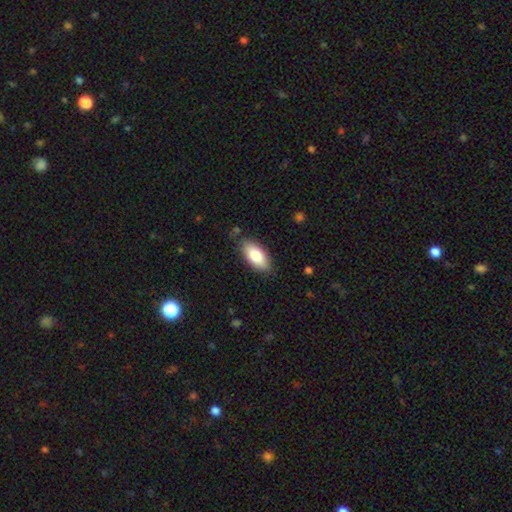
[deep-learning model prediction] A smooth galaxy with no disk features (82%) that is in between round and cigar-shaped (90%).

Vote fractions:
- Smooth or featured? smooth: 82% / featured or disk: 12% / star or artifact: 6%
- How rounded? in between: 90% / cigar-shaped: 7% / round: 2%
- Merging? none: 83% / minor disturbance: 13% / major disturbance: 3% / merger: 1%